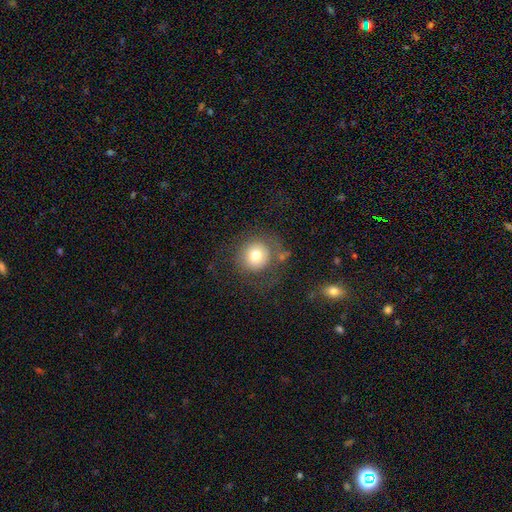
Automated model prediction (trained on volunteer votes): smooth-or-featured: smooth: 71% | featured or disk: 18% | star or artifact: 11%
  how-rounded: round: 91% | in between: 8% | cigar-shaped: 1%
  merging: none: 67% | major disturbance: 15% | minor disturbance: 15% | merger: 3%